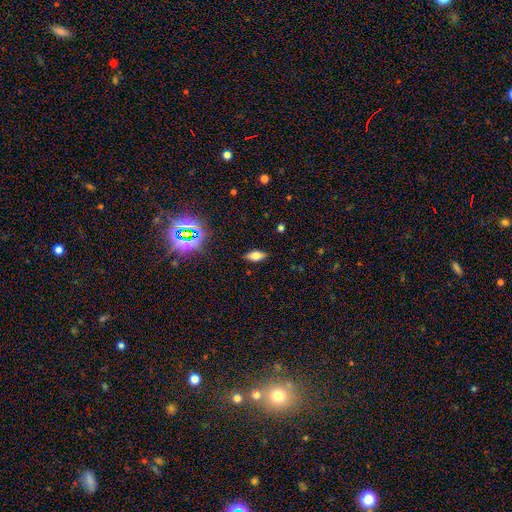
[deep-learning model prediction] Q: Smooth or featured?
A: smooth (65%); runner-up: featured or disk (20%)
Q: How rounded?
A: in between (82%); runner-up: cigar-shaped (14%)
Q: Merging?
A: none (87%); runner-up: minor disturbance (10%)